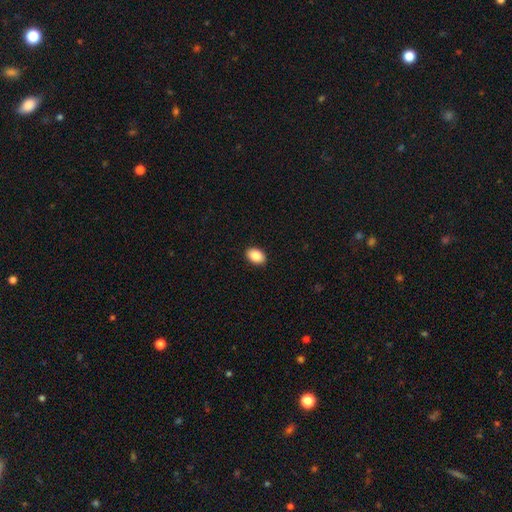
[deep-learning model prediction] This is clearly a smooth galaxy (88%). How rounded: clearly in between (86%). Merging: clearly none (90%).